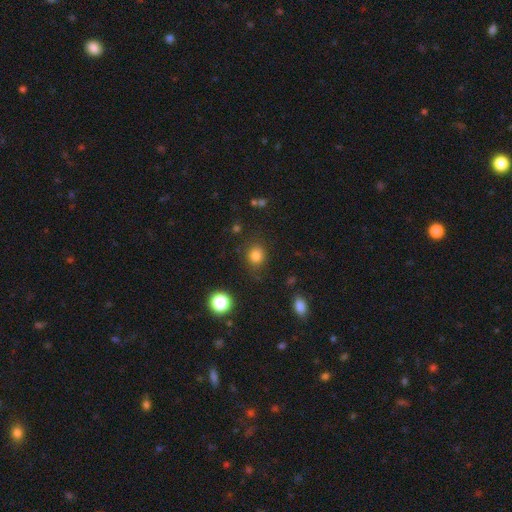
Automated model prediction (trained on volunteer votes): Overall: smooth (81%). How rounded: round (73%). Merging: none (79%).